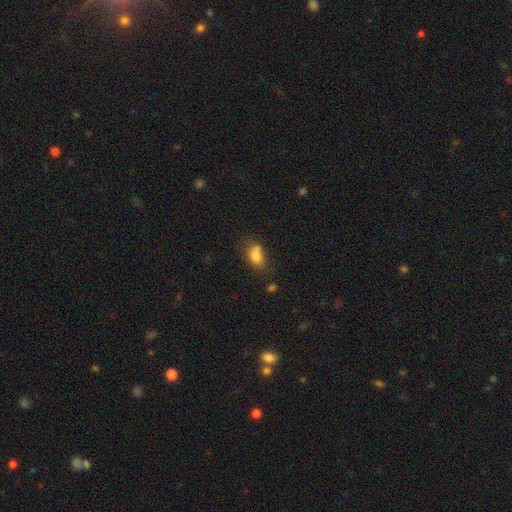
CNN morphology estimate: smooth_or_featured: smooth (p=0.75) [alt: featured or disk p=0.13]
how_rounded: in between (p=0.71) [alt: round p=0.27]
merging: none (p=0.37) [alt: merger p=0.33]